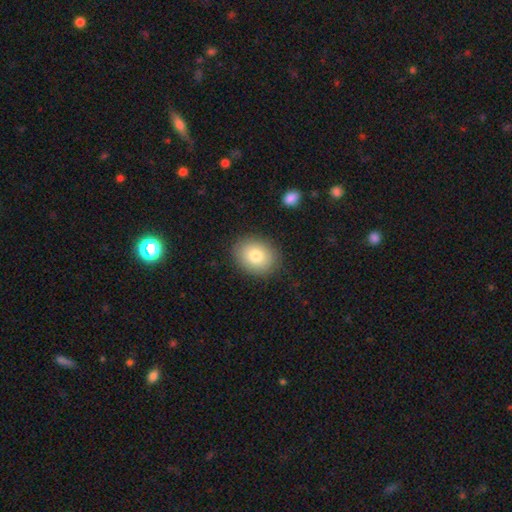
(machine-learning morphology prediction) A smooth galaxy with no disk features (79%) that is in between round and cigar-shaped (55%).

Vote fractions:
- Smooth or featured? smooth: 79% / featured or disk: 12% / star or artifact: 8%
- How rounded? in between: 55% / round: 44% / cigar-shaped: 1%
- Merging? none: 87% / minor disturbance: 9% / major disturbance: 3% / merger: 1%